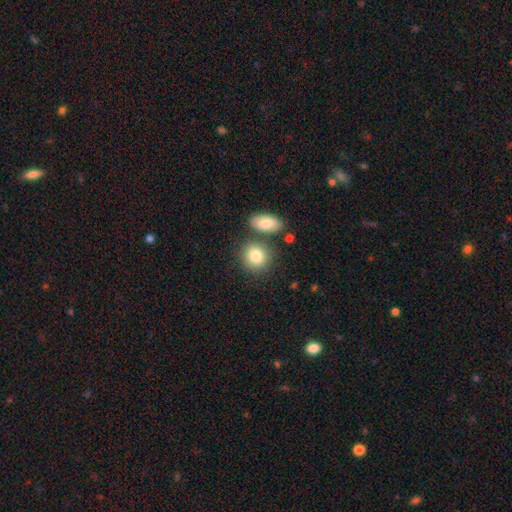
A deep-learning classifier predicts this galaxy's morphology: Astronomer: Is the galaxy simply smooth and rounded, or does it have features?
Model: smooth — 84%.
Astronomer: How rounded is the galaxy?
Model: round — 74%.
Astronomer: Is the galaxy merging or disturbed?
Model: none — 68%.